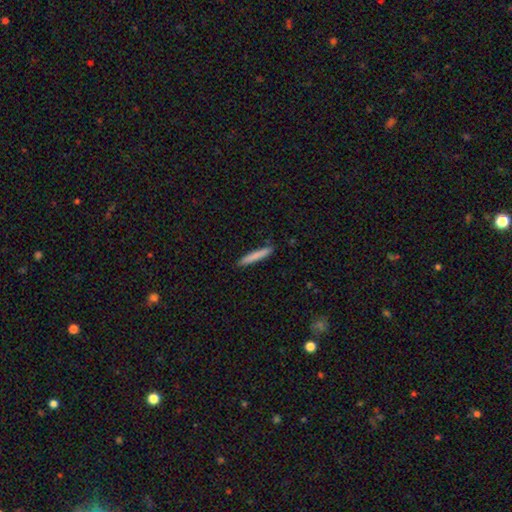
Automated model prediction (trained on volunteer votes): smooth 81%, featured or disk 13%, star or artifact 6%. Down the decision tree: how rounded — cigar-shaped (95%); merging — none (90%).